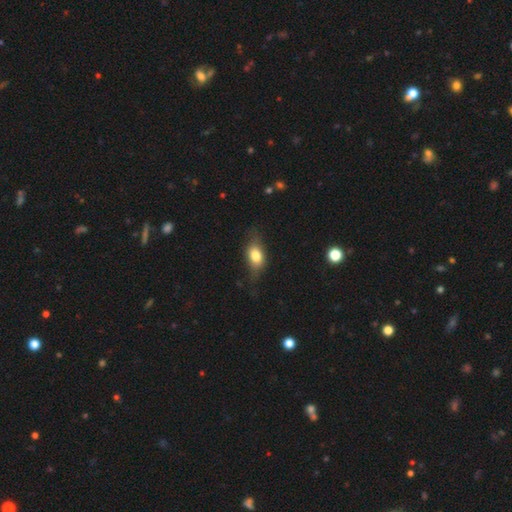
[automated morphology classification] Smooth or featured?
  - smooth: 74% *
  - featured or disk: 18%
  - star or artifact: 8%
How rounded?
  - in between: 78% *
  - round: 16%
  - cigar-shaped: 6%
Merging?
  - none: 62% *
  - minor disturbance: 27%
  - major disturbance: 9%
  - merger: 2%